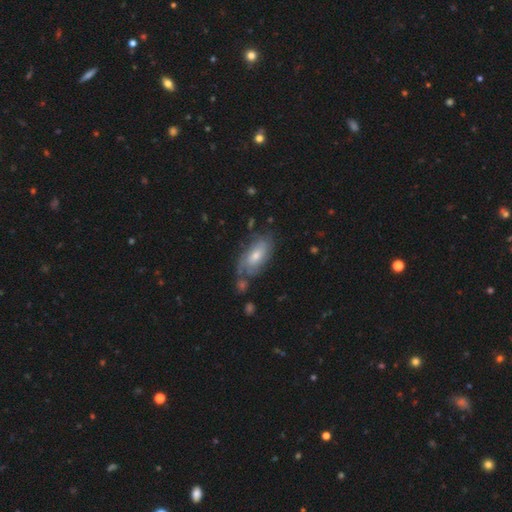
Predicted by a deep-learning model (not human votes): Morphology: type=featured or disk (53%); edge-on=no (90%); merging=none (55%).